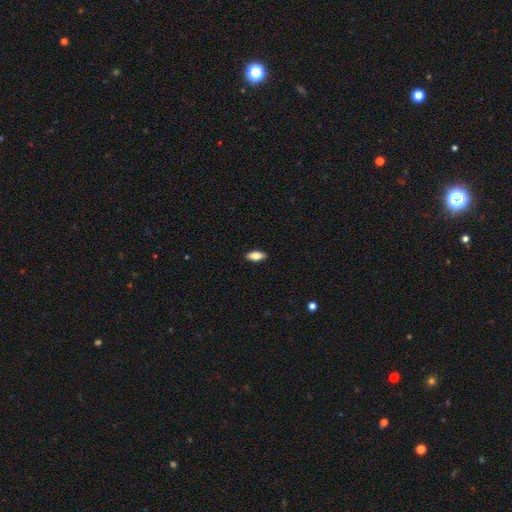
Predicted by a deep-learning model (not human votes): smooth 76%, featured or disk 18%, star or artifact 7%. Down the decision tree: how rounded — in between (83%); merging — none (89%).